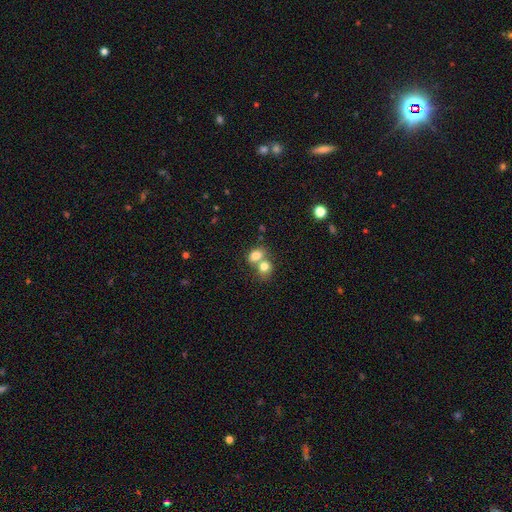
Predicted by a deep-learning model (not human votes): A smooth galaxy with no disk features (78%) that is in between round and cigar-shaped (62%). Merging: merger (58%).